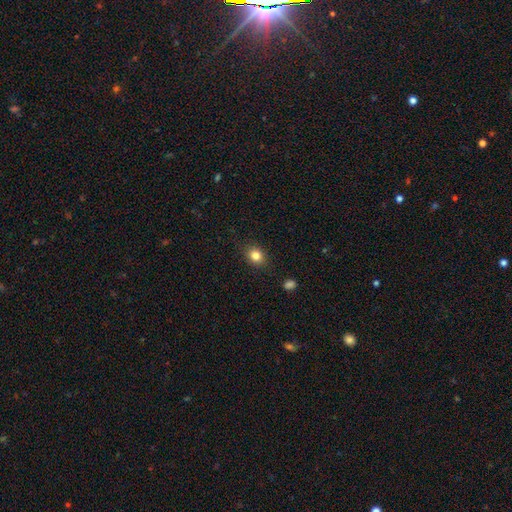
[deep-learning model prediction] A smooth galaxy with no disk features (83%) that is round (63%).

Vote fractions:
- Smooth or featured? smooth: 83% / star or artifact: 11% / featured or disk: 6%
- How rounded? round: 63% / in between: 36% / cigar-shaped: 1%
- Merging? none: 85% / minor disturbance: 11% / major disturbance: 3% / merger: 1%